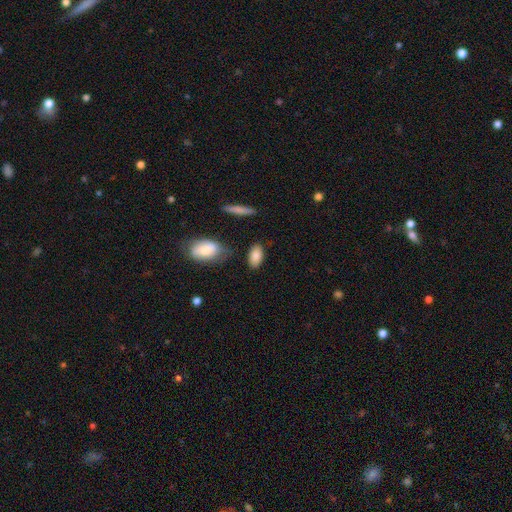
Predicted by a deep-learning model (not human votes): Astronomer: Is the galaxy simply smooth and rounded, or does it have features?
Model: smooth — 86%.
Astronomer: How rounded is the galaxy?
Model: in between — 92%.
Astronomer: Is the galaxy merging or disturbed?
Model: none — 80%.